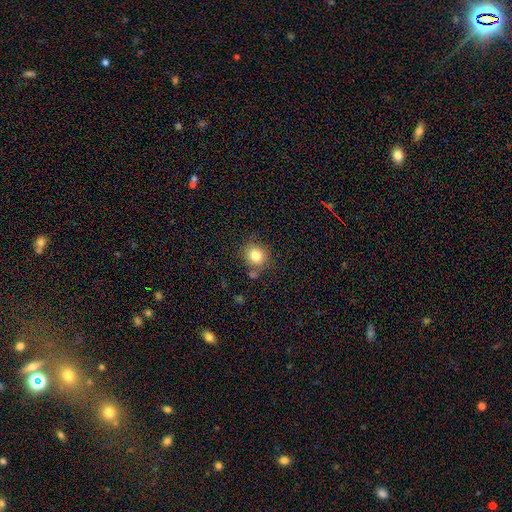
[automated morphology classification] Smooth or featured?
  - smooth: 82% *
  - star or artifact: 11%
  - featured or disk: 7%
How rounded?
  - round: 75% *
  - in between: 24%
  - cigar-shaped: 1%
Merging?
  - none: 76% *
  - minor disturbance: 13%
  - merger: 8%
  - major disturbance: 4%